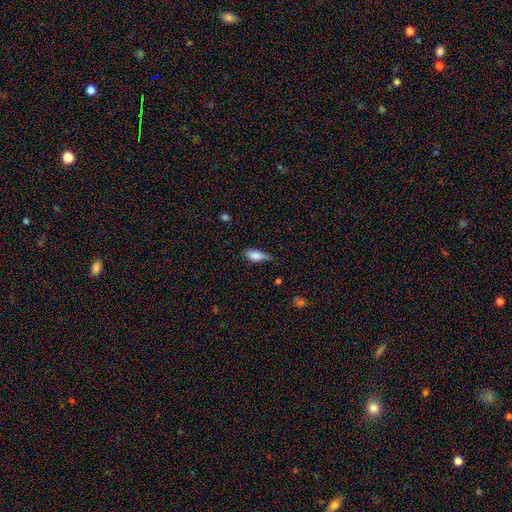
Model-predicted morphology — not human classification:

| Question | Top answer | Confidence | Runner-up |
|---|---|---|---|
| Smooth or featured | smooth | 84% | featured or disk (9%) |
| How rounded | in between | 83% | cigar-shaped (14%) |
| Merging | none | 44% | minor disturbance (42%) |